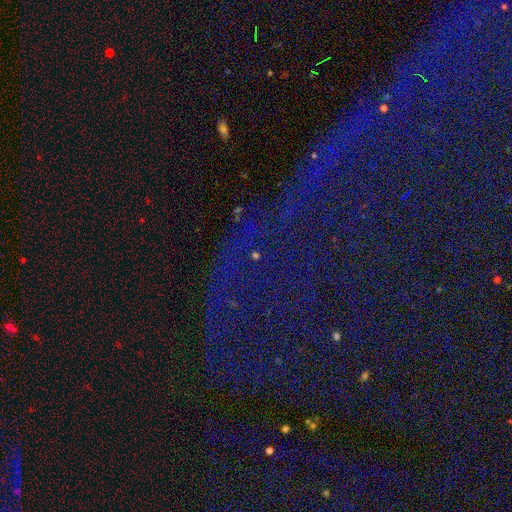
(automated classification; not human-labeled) A star or artifact, not a galaxy (77%).

Vote fractions:
- Smooth or featured? star or artifact: 77% / smooth: 12% / featured or disk: 10%